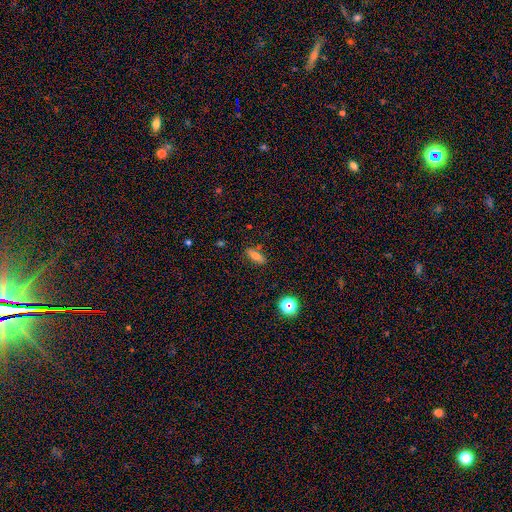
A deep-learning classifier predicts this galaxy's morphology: The model was most divided on "how rounded": in between: 63%, cigar-shaped: 32%, round: 6%. More confident: merging — none (81%); smooth or featured — smooth (69%).